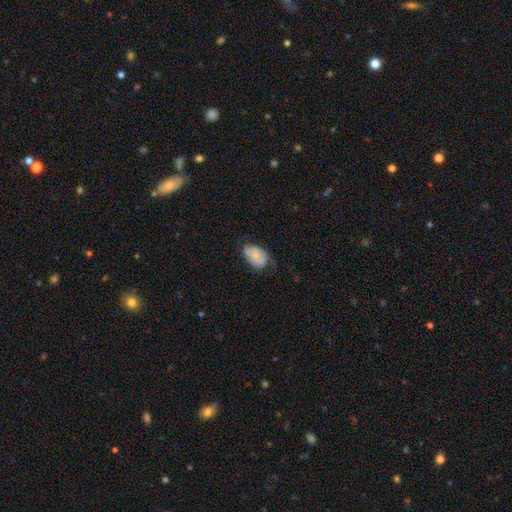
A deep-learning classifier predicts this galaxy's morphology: Overall: smooth (63%; featured or disk 30%). How rounded: in between (88%). Merging: none (46%; minor disturbance 38%).